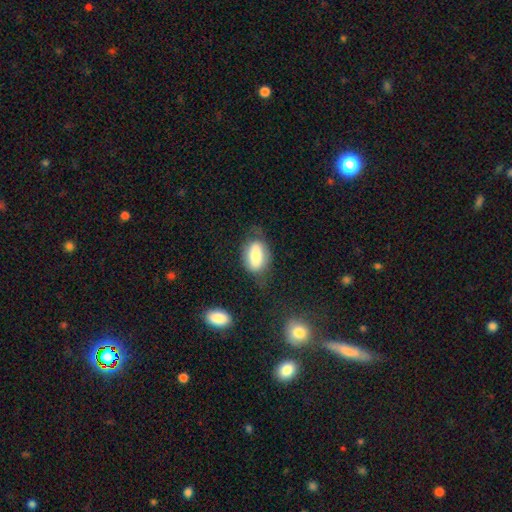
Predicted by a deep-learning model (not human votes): Smooth or featured? smooth (70%)
How rounded? in between (88%)
Merging? none (54%)